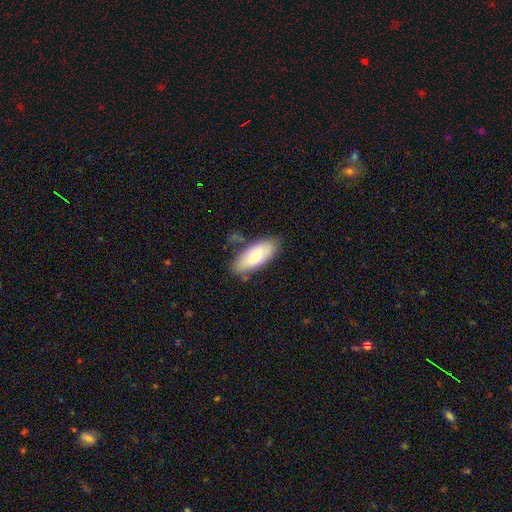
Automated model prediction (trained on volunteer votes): smooth_or_featured: smooth (p=0.72) [alt: featured or disk p=0.22]
how_rounded: in between (p=0.83) [alt: cigar-shaped p=0.15]
merging: none (p=0.75) [alt: minor disturbance p=0.17]